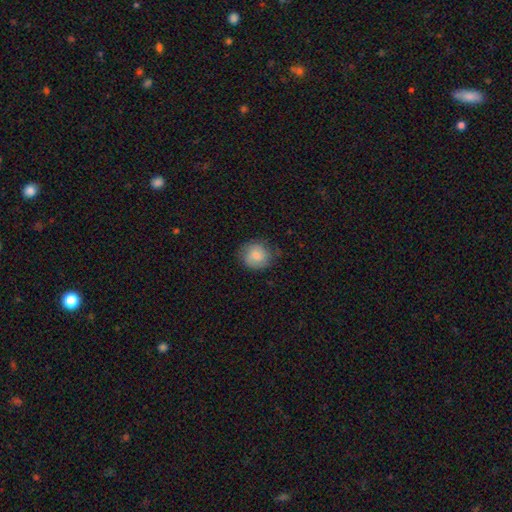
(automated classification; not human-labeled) The model was most divided on "smooth or featured": smooth: 67%, featured or disk: 24%, star or artifact: 9%. More confident: how rounded — round (83%); merging — none (76%).